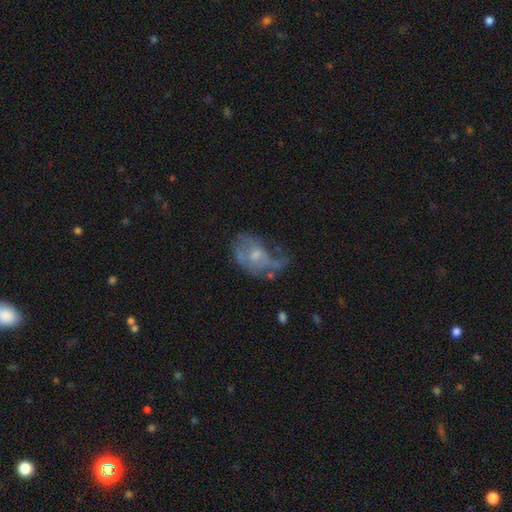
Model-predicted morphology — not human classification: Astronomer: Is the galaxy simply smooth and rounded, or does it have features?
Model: featured or disk — 58%.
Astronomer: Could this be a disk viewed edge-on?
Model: no — 96%.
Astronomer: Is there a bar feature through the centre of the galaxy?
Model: no — 73%.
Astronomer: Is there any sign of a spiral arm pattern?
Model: no — 60% (runner-up: yes, 40%).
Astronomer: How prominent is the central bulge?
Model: small — 49% (runner-up: moderate, 38%).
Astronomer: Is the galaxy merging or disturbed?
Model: major disturbance — 37% (runner-up: none, 30%).